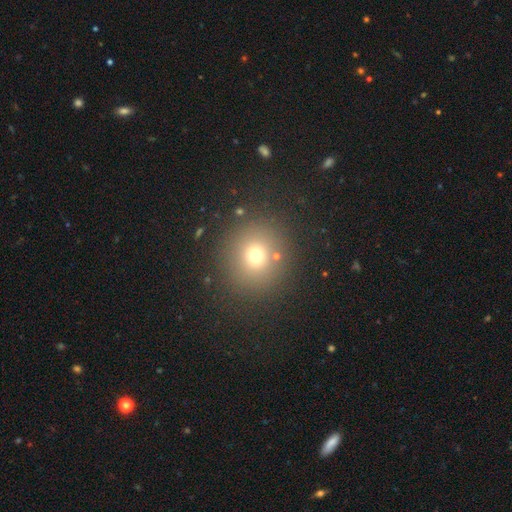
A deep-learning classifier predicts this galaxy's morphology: A smooth galaxy with no disk features (69%) that is round (91%).

Vote fractions:
- Smooth or featured? smooth: 69% / star or artifact: 20% / featured or disk: 11%
- How rounded? round: 91% / in between: 8% / cigar-shaped: 1%
- Merging? none: 85% / minor disturbance: 7% / major disturbance: 4% / merger: 3%